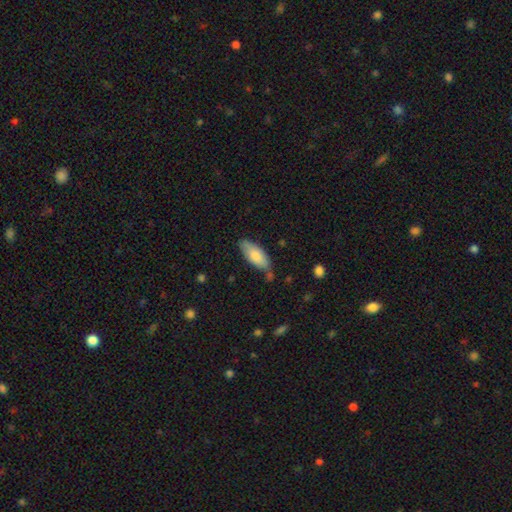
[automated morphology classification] smooth_or_featured: smooth (p=0.77) [alt: featured or disk p=0.17]
how_rounded: in between (p=0.81) [alt: cigar-shaped p=0.17]
merging: none (p=0.69) [alt: minor disturbance p=0.21]